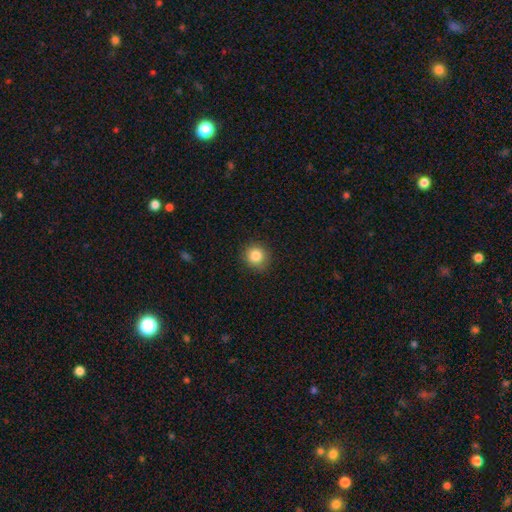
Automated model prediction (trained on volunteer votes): A smooth galaxy with no disk features (85%) that is round (91%).

Vote fractions:
- Smooth or featured? smooth: 85% / star or artifact: 10% / featured or disk: 5%
- How rounded? round: 91% / in between: 8% / cigar-shaped: 1%
- Merging? none: 88% / minor disturbance: 9% / major disturbance: 2% / merger: 1%